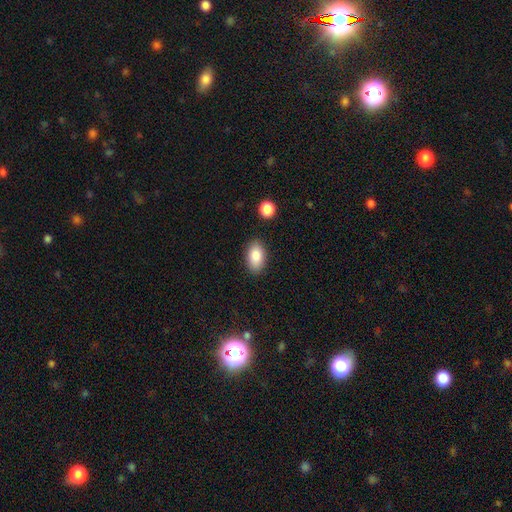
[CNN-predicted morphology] Overall: smooth (86%). How rounded: in between (93%). Merging: none (85%).